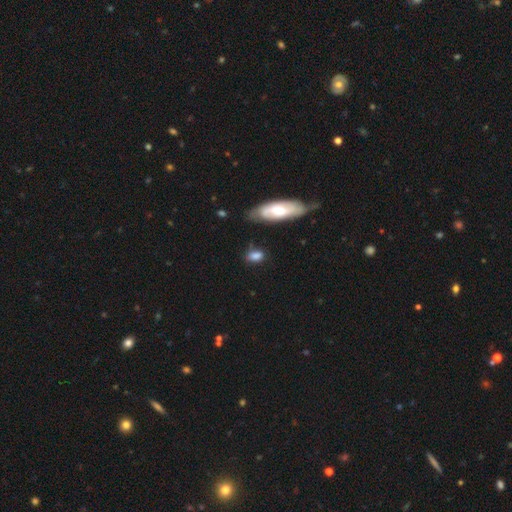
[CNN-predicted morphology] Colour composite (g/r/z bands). It shows a smooth galaxy with no disk features (76%) that is in between round and cigar-shaped (77%). Merging: none (63%).